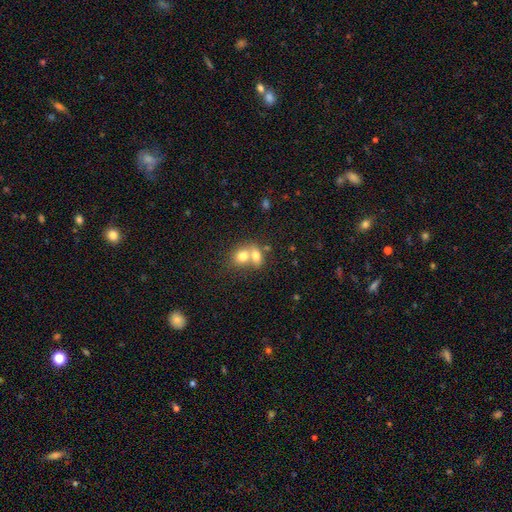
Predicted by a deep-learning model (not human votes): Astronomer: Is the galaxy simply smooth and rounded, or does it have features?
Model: smooth — 73%.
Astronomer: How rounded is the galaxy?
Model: in between — 57% (runner-up: round, 42%).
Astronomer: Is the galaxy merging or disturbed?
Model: merger — 70%.